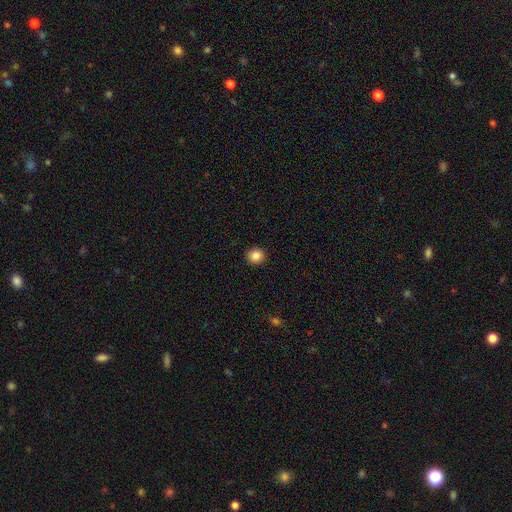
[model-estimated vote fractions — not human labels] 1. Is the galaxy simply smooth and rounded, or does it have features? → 86% smooth, 10% star or artifact, 4% featured or disk.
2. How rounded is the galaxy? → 92% round, 7% in between, 1% cigar-shaped.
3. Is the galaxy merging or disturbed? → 93% none, 4% minor disturbance, 2% major disturbance, 1% merger.